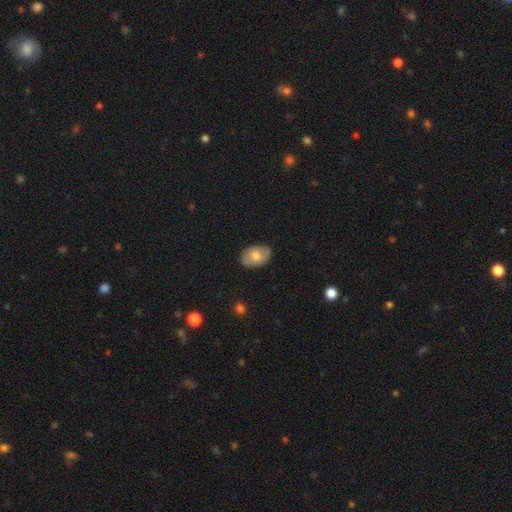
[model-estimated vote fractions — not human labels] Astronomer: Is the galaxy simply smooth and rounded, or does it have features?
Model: smooth — 62%.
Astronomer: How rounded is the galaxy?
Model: in between — 87%.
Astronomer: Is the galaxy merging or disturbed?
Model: none — 80%.